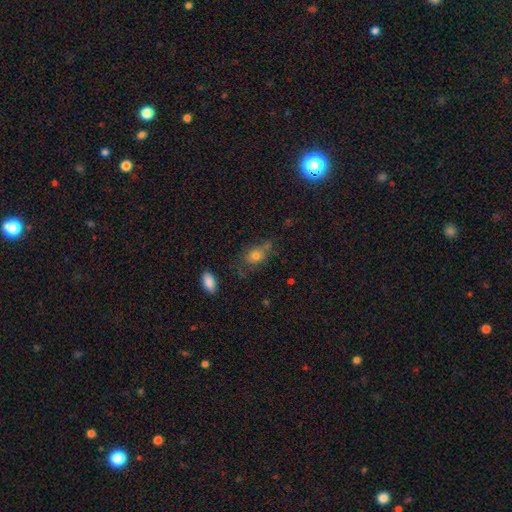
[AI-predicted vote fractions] This is likely a smooth galaxy (76%). How rounded: likely in between (66%). Merging: possibly none (54%).